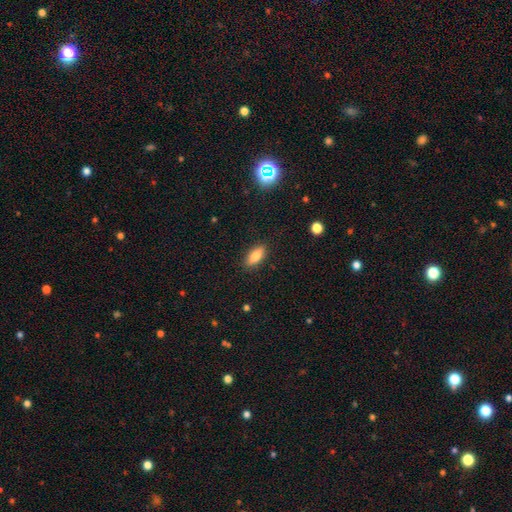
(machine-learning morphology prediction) Overall: smooth (79%). How rounded: in between (82%). Merging: none (88%).